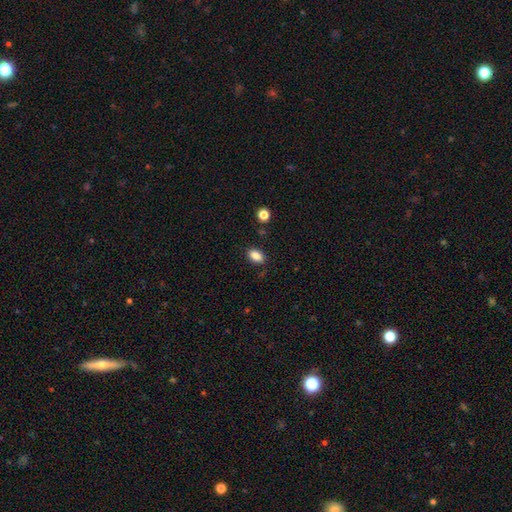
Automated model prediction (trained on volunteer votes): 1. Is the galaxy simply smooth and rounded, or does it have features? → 86% smooth, 9% star or artifact, 4% featured or disk.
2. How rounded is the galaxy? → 88% in between, 10% round, 3% cigar-shaped.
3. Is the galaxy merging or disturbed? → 84% none, 11% minor disturbance, 3% major disturbance, 2% merger.